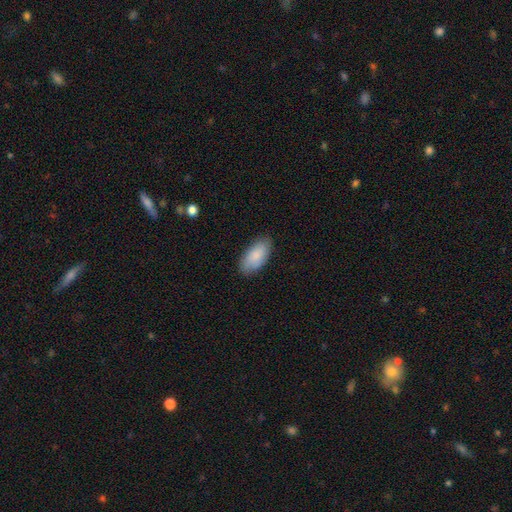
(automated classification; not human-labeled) The model was most divided on "merging": none: 84%, minor disturbance: 13%, major disturbance: 2%, merger: 1%. More confident: how rounded — in between (93%); smooth or featured — smooth (85%).